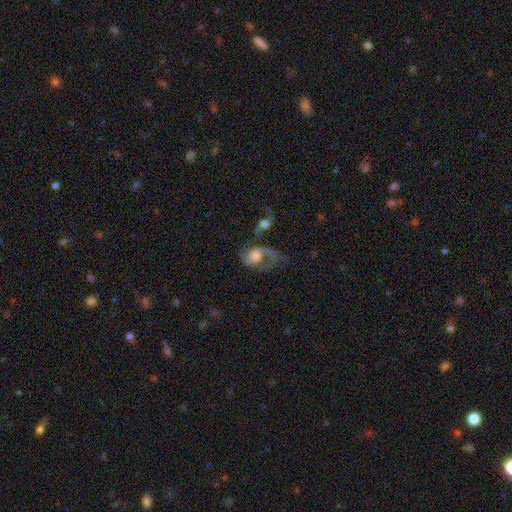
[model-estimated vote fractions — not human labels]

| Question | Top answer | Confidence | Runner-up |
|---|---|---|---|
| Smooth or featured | featured or disk | 66% | smooth (26%) |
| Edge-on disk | no | 96% | yes (4%) |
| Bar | no | 72% | weak (23%) |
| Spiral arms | yes | 83% | no (17%) |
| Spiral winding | loose | 48% | medium (38%) |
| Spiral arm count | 2 | 51% | 1 (36%) |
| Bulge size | moderate | 59% | large (22%) |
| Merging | major disturbance | 34% | merger (28%) |